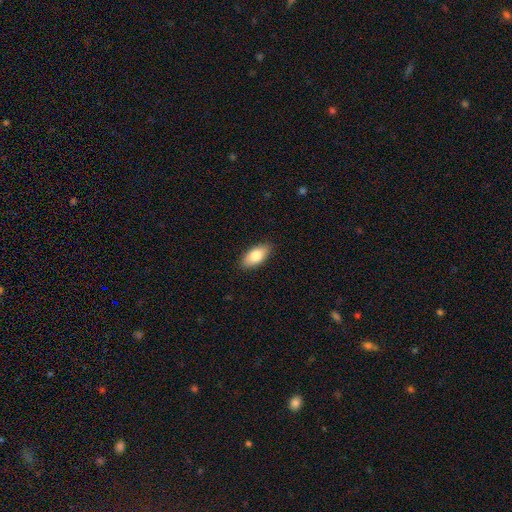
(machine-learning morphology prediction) A smooth galaxy with no disk features (82%) that is in between round and cigar-shaped (92%).

Vote fractions:
- Smooth or featured? smooth: 82% / featured or disk: 12% / star or artifact: 6%
- How rounded? in between: 92% / cigar-shaped: 5% / round: 3%
- Merging? none: 88% / minor disturbance: 9% / major disturbance: 2% / merger: 1%